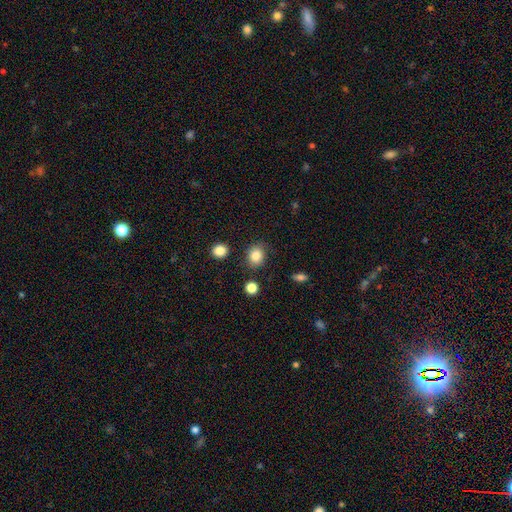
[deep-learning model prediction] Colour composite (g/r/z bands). It shows a smooth galaxy with no disk features (84%) that is round (57%). Merging: none (81%).